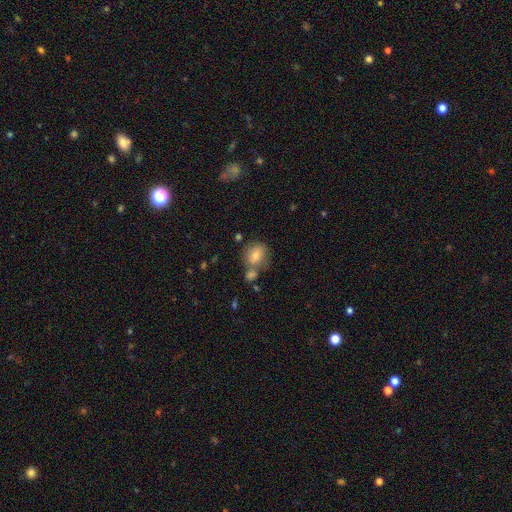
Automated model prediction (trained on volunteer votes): Smooth or featured?
  - smooth: 71% *
  - featured or disk: 18%
  - star or artifact: 11%
How rounded?
  - round: 71% *
  - in between: 28%
  - cigar-shaped: 1%
Merging?
  - none: 56% *
  - merger: 25%
  - minor disturbance: 14%
  - major disturbance: 5%